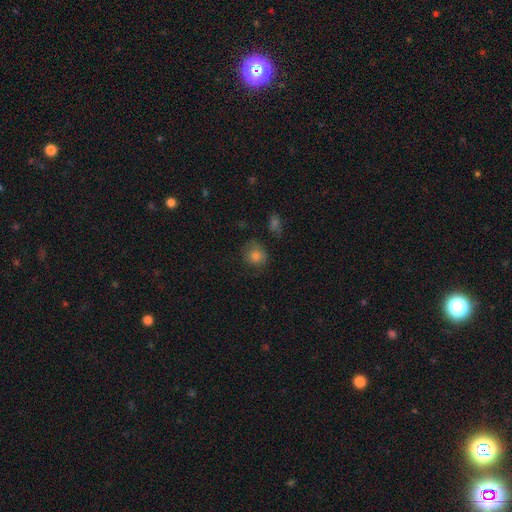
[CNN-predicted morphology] smooth 79%, star or artifact 12%, featured or disk 9%. Down the decision tree: how rounded — round (80%); merging — none (68%).